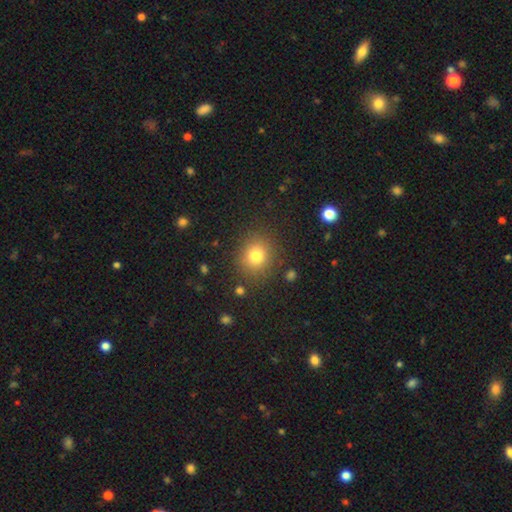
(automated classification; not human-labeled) Q: Smooth or featured?
A: smooth (78%); runner-up: star or artifact (14%)
Q: How rounded?
A: round (82%); runner-up: in between (17%)
Q: Merging?
A: none (86%); runner-up: minor disturbance (8%)